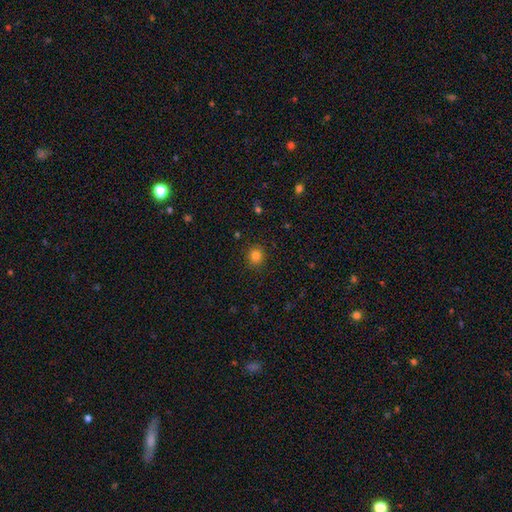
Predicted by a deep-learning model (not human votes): This is clearly a smooth galaxy (82%). How rounded: clearly round (85%). Merging: clearly none (89%).